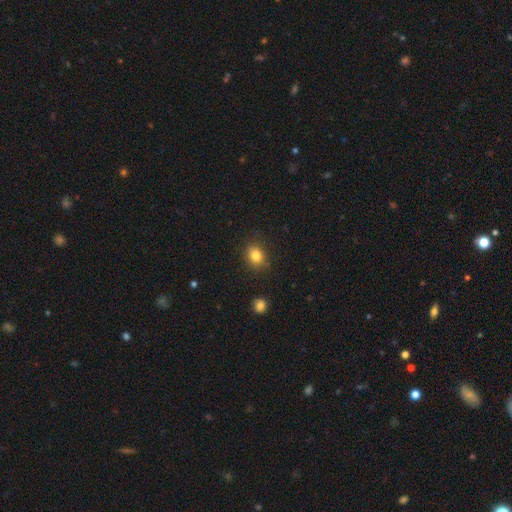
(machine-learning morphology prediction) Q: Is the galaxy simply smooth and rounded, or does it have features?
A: smooth — 83%.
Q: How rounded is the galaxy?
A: round — 61%.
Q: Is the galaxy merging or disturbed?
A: none — 85%.